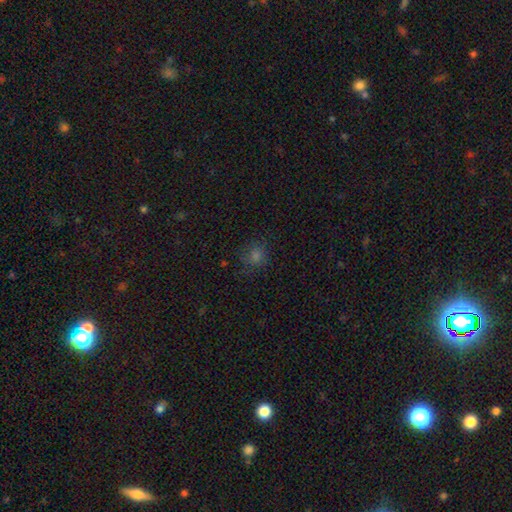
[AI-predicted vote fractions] Smooth or featured?
  - smooth: 66% *
  - star or artifact: 25%
  - featured or disk: 8%
How rounded?
  - round: 82% *
  - in between: 17%
  - cigar-shaped: 1%
Merging?
  - none: 78% *
  - minor disturbance: 15%
  - major disturbance: 6%
  - merger: 1%